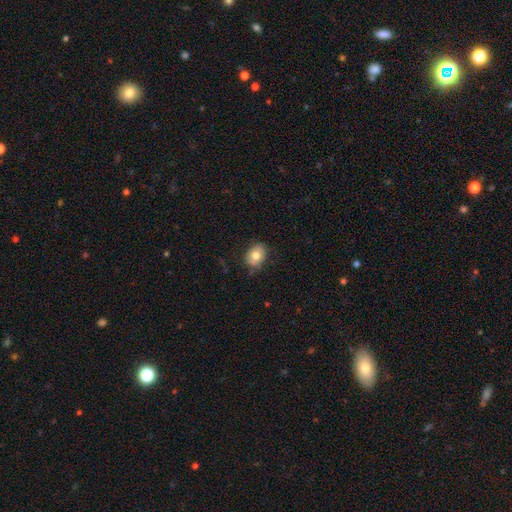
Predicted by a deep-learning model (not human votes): smooth-or-featured: smooth: 77% | featured or disk: 14% | star or artifact: 9%
  how-rounded: in between: 61% | round: 38% | cigar-shaped: 1%
  merging: none: 77% | minor disturbance: 18% | major disturbance: 3% | merger: 1%